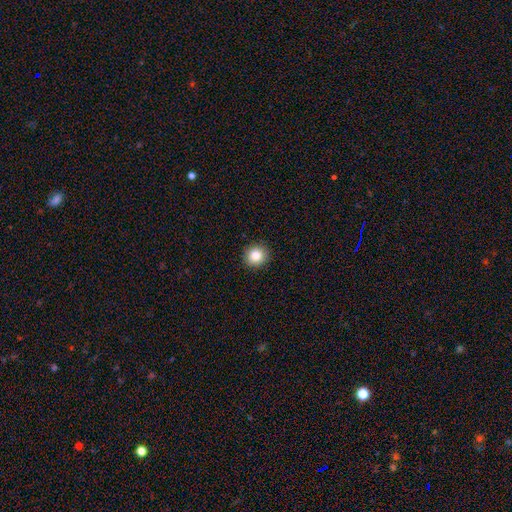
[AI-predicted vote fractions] The model was most divided on "smooth or featured": smooth: 85%, star or artifact: 10%, featured or disk: 5%. More confident: merging — none (92%); how rounded — round (88%).